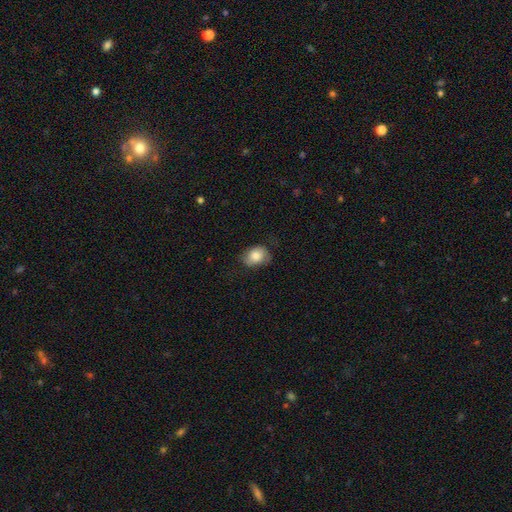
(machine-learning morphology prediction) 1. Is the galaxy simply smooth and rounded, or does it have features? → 78% smooth, 14% featured or disk, 8% star or artifact.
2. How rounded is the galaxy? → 67% in between, 32% round, 1% cigar-shaped.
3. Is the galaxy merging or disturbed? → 65% none, 25% minor disturbance, 8% major disturbance, 1% merger.